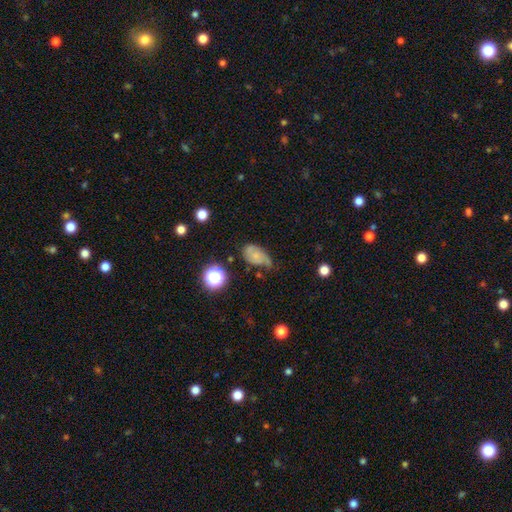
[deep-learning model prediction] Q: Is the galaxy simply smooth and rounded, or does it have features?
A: smooth — 52%.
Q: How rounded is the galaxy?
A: in between — 84%.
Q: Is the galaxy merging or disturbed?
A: minor disturbance — 40%.